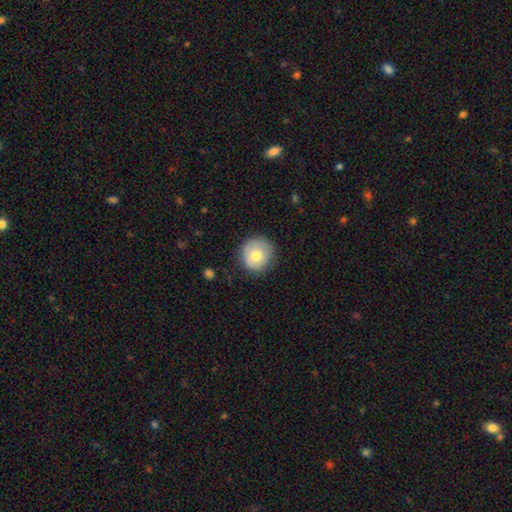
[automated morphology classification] Smooth or featured?
  - smooth: 71% *
  - featured or disk: 21%
  - star or artifact: 7%
How rounded?
  - round: 91% *
  - in between: 8%
  - cigar-shaped: 1%
Merging?
  - none: 77% *
  - minor disturbance: 17%
  - major disturbance: 5%
  - merger: 1%